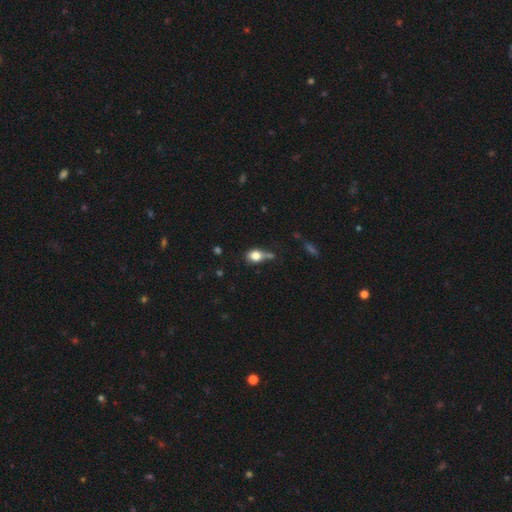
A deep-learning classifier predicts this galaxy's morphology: smooth 77%, featured or disk 12%, star or artifact 11%. Down the decision tree: how rounded — in between (51%); merging — none (41%).